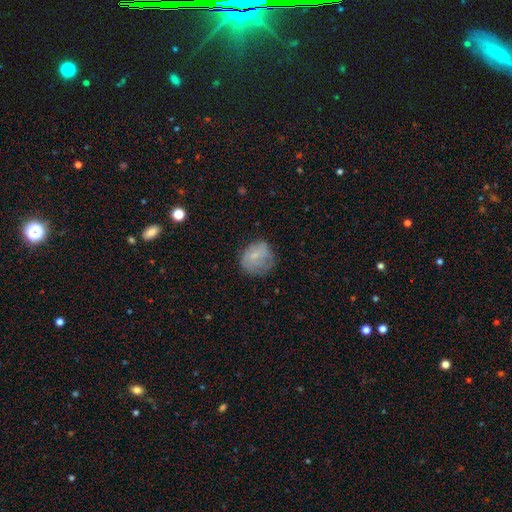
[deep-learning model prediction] Morphology: type=smooth (64%); roundness=round (76%); merging=none (60%).